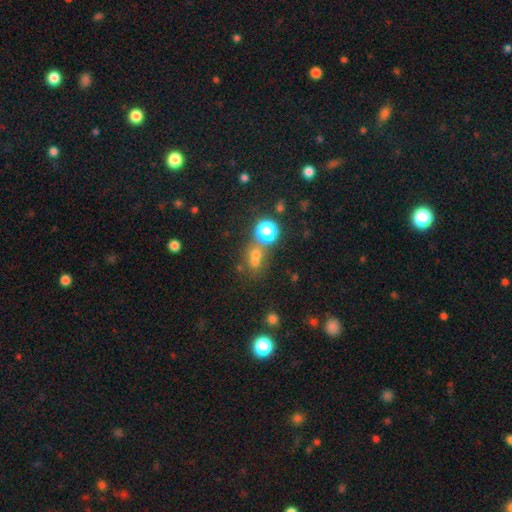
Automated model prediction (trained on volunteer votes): smooth 52%, star or artifact 36%, featured or disk 11%. Down the decision tree: how rounded — round (75%); merging — none (51%).